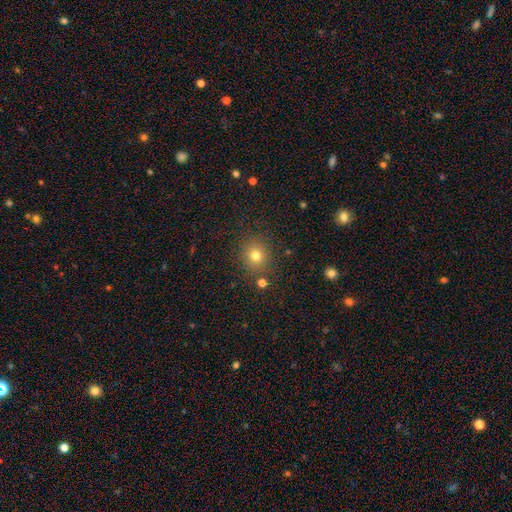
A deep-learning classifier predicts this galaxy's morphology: This appears to be a smooth galaxy with no disk features (76%) that is round (85%). Merging: none (85%).